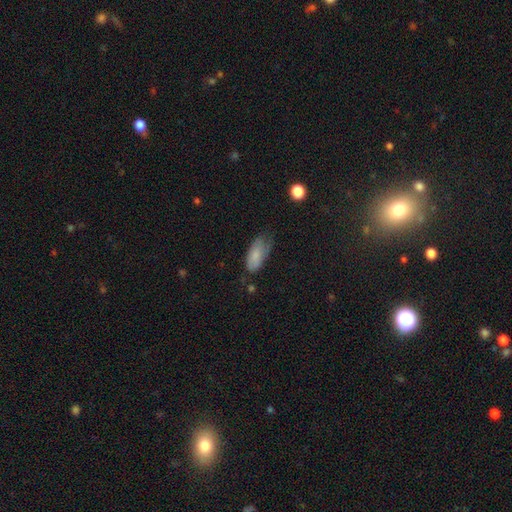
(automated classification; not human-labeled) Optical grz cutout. It shows a smooth galaxy with no disk features (76%) that is in between round and cigar-shaped (89%). Merging: minor disturbance (40%).